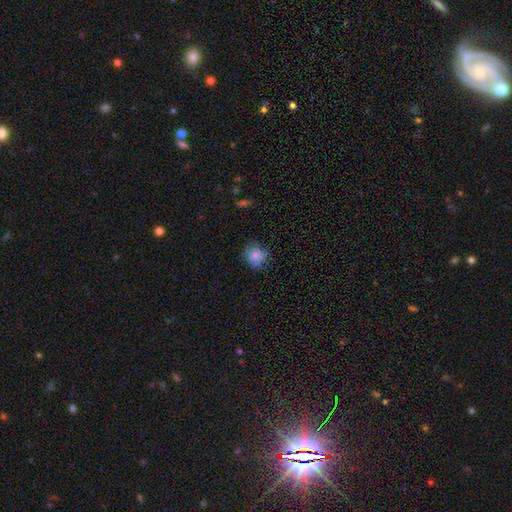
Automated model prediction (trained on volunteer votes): Smooth or featured: smooth — 81% (featured or disk — 10%)
How rounded: round — 87% (in between — 12%)
Merging: none — 76% (minor disturbance — 18%)